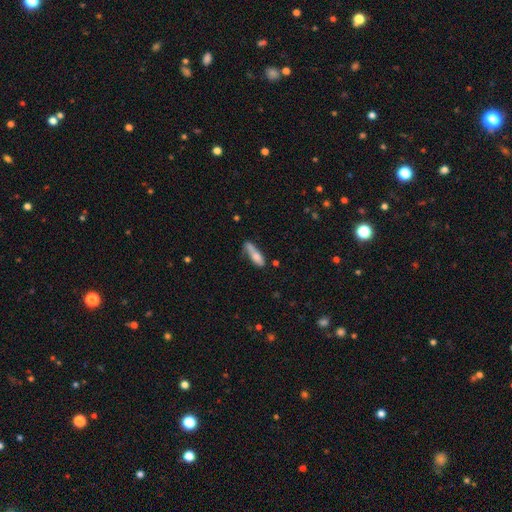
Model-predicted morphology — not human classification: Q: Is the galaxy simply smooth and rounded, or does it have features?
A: smooth — 72%.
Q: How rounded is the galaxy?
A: cigar-shaped — 59%.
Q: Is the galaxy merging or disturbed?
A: none — 46%.